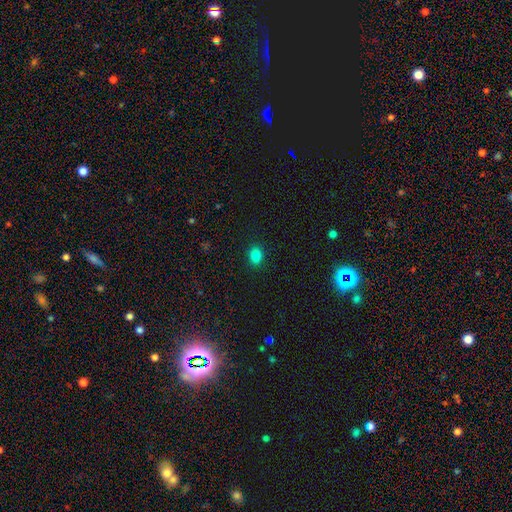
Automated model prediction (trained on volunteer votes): smooth-or-featured: smooth: 84% | star or artifact: 12% | featured or disk: 4%
  how-rounded: in between: 57% | round: 42% | cigar-shaped: 1%
  merging: none: 90% | minor disturbance: 7% | major disturbance: 2% | merger: 1%